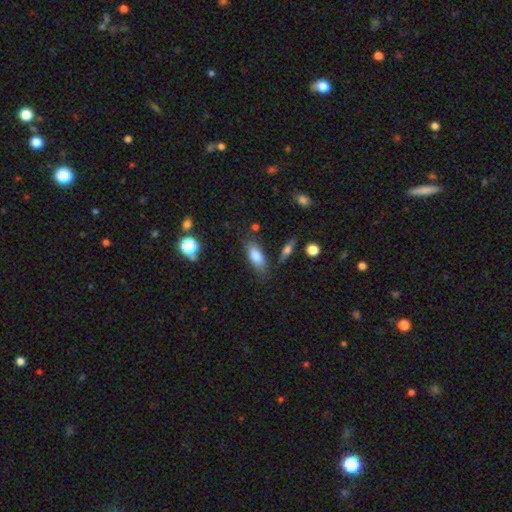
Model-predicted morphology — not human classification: Smooth or featured?
  - smooth: 79% *
  - featured or disk: 13%
  - star or artifact: 8%
How rounded?
  - in between: 80% *
  - cigar-shaped: 16%
  - round: 3%
Merging?
  - none: 74% *
  - minor disturbance: 17%
  - merger: 5%
  - major disturbance: 5%